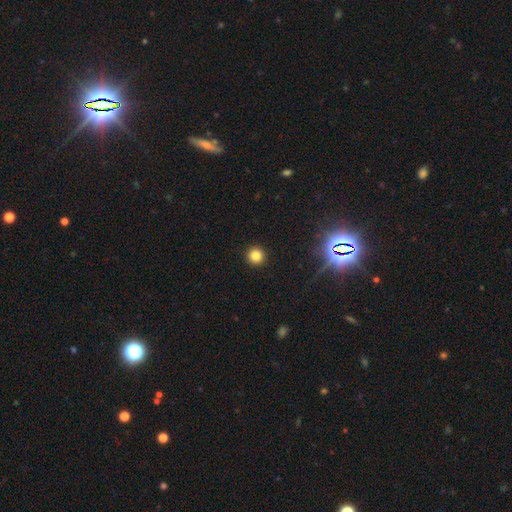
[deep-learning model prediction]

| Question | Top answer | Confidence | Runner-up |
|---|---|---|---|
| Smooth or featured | smooth | 82% | star or artifact (13%) |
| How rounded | round | 95% | in between (4%) |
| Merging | none | 93% | minor disturbance (4%) |